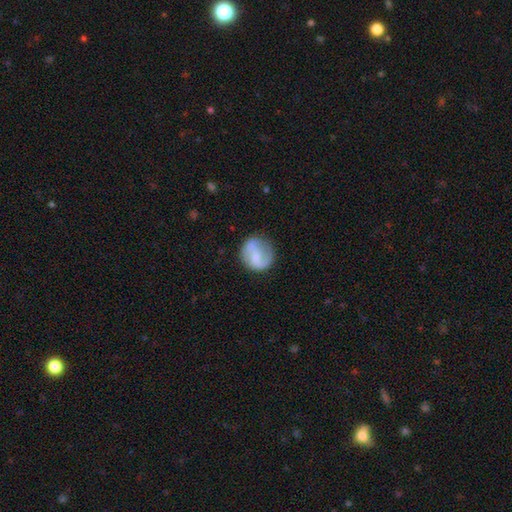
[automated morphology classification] This appears to be a featured or disk galaxy (57%) with a weak bar (46%), spiral arms (79%) and a small central bulge (47%). Merging: none (72%).